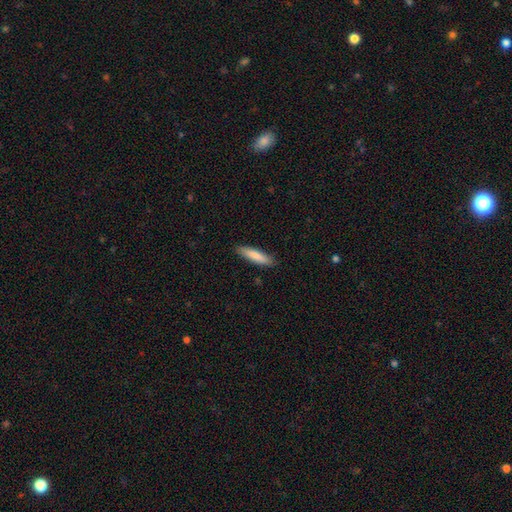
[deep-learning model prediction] Smooth or featured?
  - smooth: 83% *
  - featured or disk: 12%
  - star or artifact: 5%
How rounded?
  - cigar-shaped: 79% *
  - in between: 20%
  - round: 1%
Merging?
  - none: 88% *
  - minor disturbance: 9%
  - major disturbance: 2%
  - merger: 1%